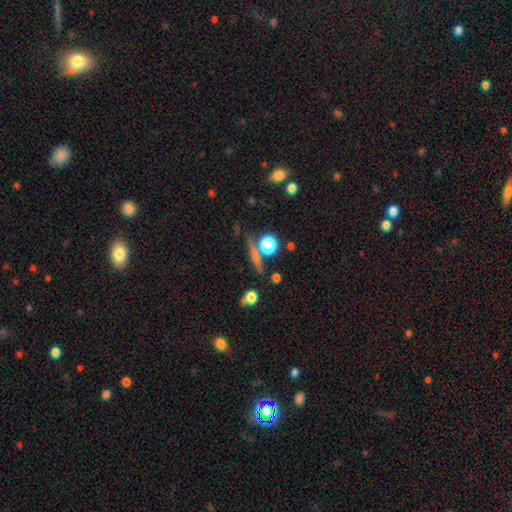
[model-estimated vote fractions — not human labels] Smooth or featured? Predicted: smooth (p=0.40). Merging? Predicted: none (p=0.79).